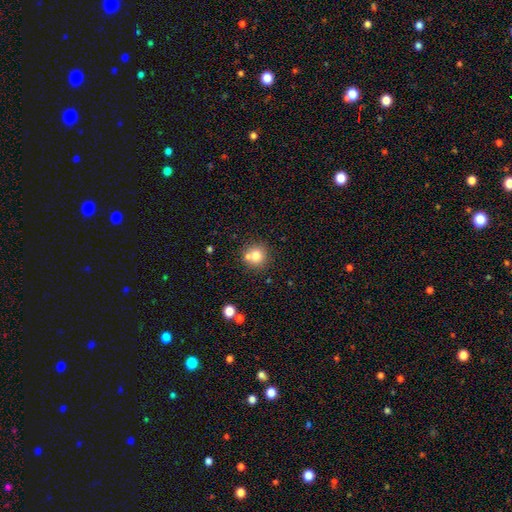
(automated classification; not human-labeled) Morphology: type=smooth (77%); roundness=round (89%); merging=none (63%).